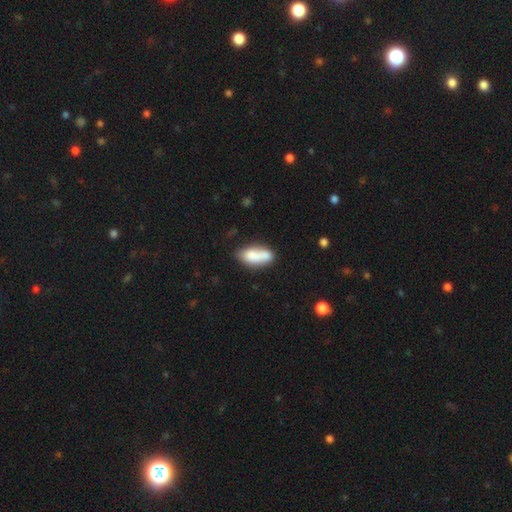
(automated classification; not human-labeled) Q: Smooth or featured?
A: smooth (75%); runner-up: featured or disk (17%)
Q: How rounded?
A: in between (81%); runner-up: cigar-shaped (16%)
Q: Merging?
A: none (44%); runner-up: merger (28%)